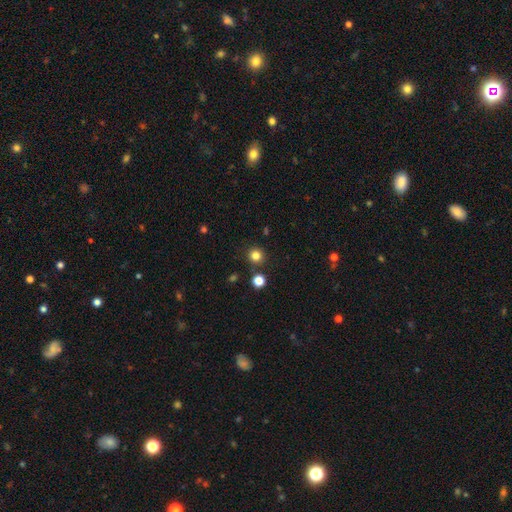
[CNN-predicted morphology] This is clearly a smooth galaxy (81%). How rounded: clearly round (94%). Merging: clearly none (87%).